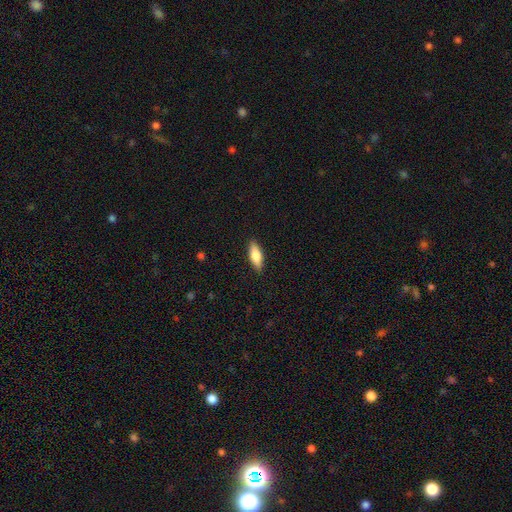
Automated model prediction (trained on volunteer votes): Morphology: type=smooth (68%); roundness=in between (61%); merging=none (89%).